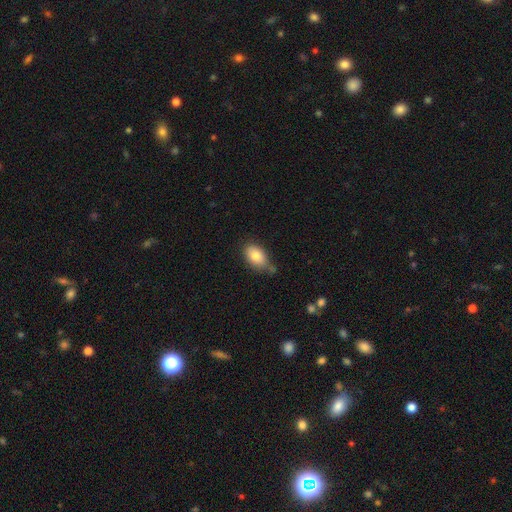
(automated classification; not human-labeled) A smooth galaxy with no disk features (82%) that is in between round and cigar-shaped (90%).

Vote fractions:
- Smooth or featured? smooth: 82% / featured or disk: 10% / star or artifact: 7%
- How rounded? in between: 90% / round: 8% / cigar-shaped: 2%
- Merging? none: 61% / minor disturbance: 25% / merger: 9% / major disturbance: 5%